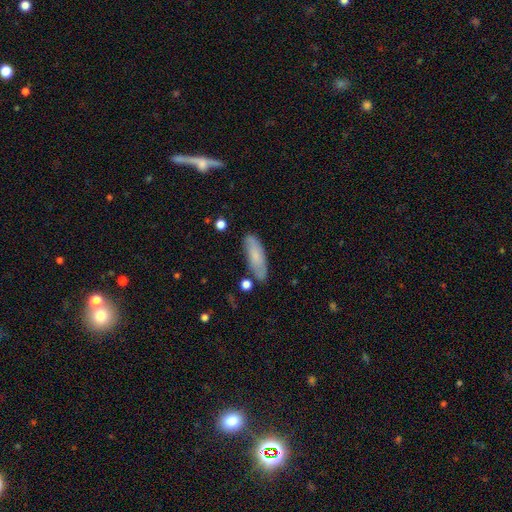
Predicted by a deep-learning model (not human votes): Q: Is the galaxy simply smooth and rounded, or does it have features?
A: smooth — 72%.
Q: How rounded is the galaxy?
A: in between — 57%.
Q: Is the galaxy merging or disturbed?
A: none — 76%.